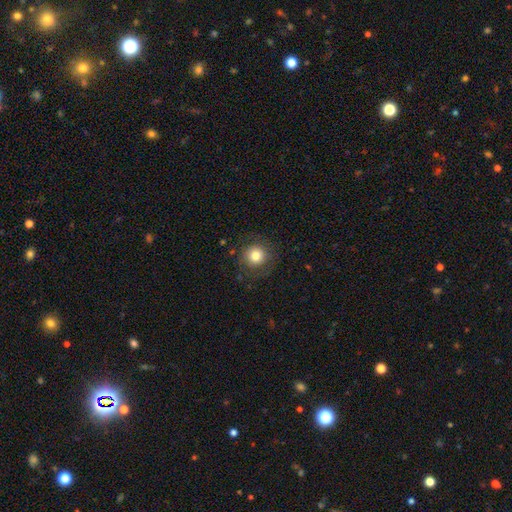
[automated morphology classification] smooth 78%, star or artifact 11%, featured or disk 11%. Down the decision tree: how rounded — round (94%); merging — none (82%).